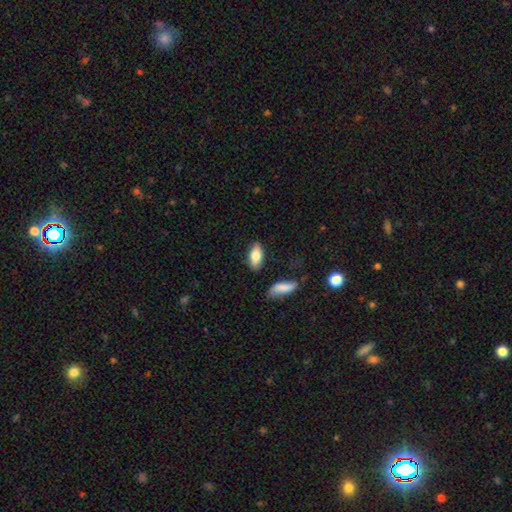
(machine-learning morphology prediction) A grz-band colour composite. It shows a smooth galaxy with no disk features (74%) that is in between round and cigar-shaped (83%). Merging: none (80%).